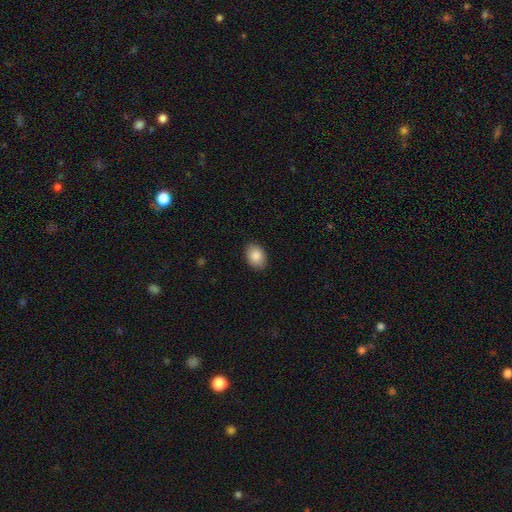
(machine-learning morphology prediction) Q: Smooth or featured?
A: smooth (88%); runner-up: star or artifact (7%)
Q: How rounded?
A: in between (77%); runner-up: round (22%)
Q: Merging?
A: none (88%); runner-up: minor disturbance (9%)